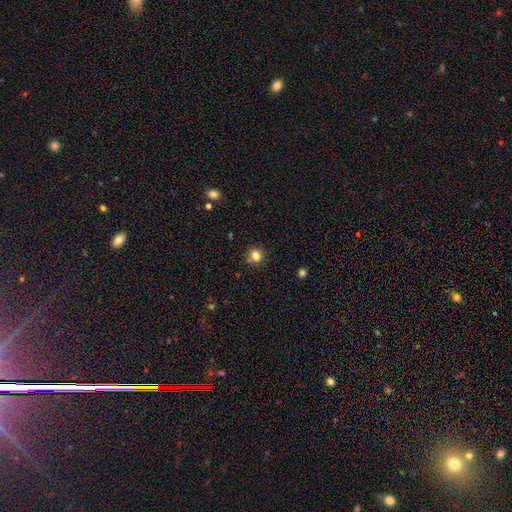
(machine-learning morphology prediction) Smooth or featured? Predicted: smooth (p=0.80). How rounded? Predicted: round (p=0.84). Merging? Predicted: none (p=0.74).